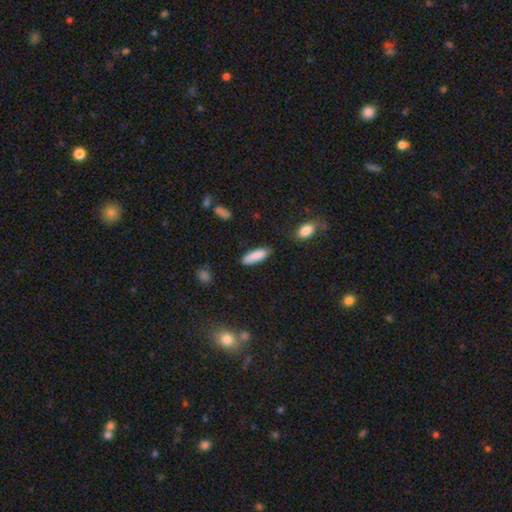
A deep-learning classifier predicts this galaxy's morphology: The model was most divided on "how rounded": in between: 50%, cigar-shaped: 48%, round: 2%. More confident: smooth or featured — smooth (87%); merging — none (81%).